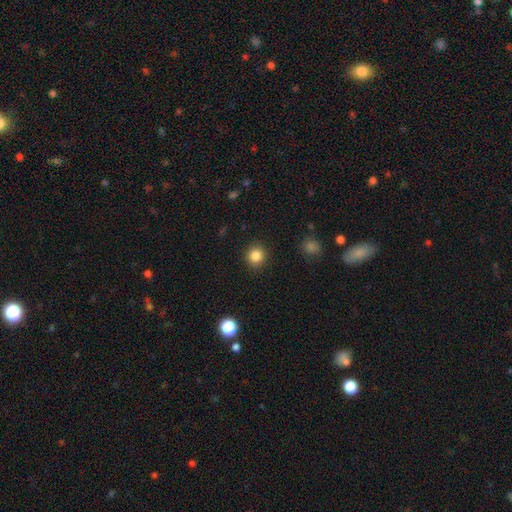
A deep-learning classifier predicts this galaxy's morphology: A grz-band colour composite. It shows a smooth galaxy with no disk features (84%) that is round (91%). Merging: none (90%).